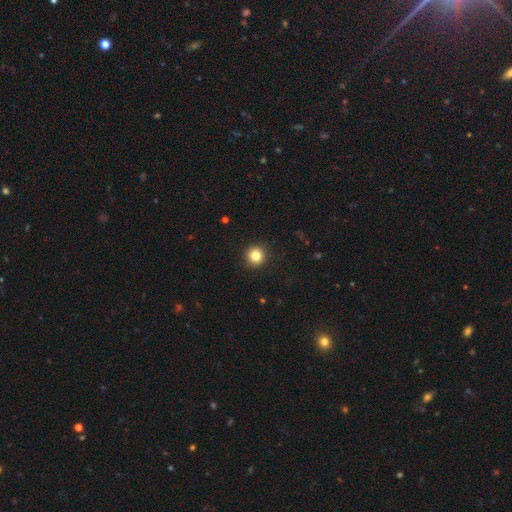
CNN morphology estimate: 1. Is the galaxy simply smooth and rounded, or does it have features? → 82% smooth, 12% star or artifact, 6% featured or disk.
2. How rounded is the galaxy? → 94% round, 5% in between, 1% cigar-shaped.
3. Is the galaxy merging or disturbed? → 92% none, 5% minor disturbance, 2% major disturbance, 1% merger.